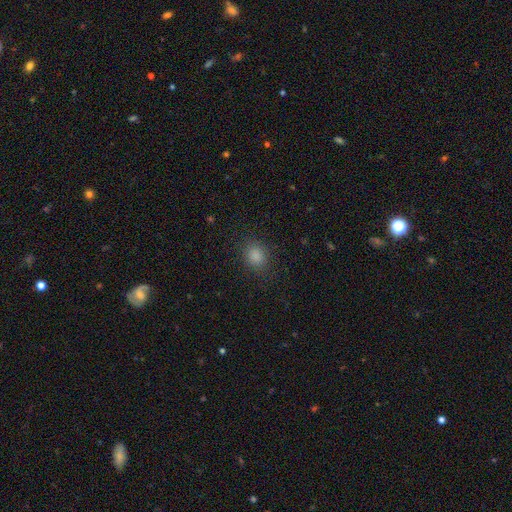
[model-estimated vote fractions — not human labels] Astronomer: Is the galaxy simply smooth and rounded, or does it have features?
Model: smooth — 84%.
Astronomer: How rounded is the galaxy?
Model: round — 63%.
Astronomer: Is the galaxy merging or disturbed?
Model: none — 86%.